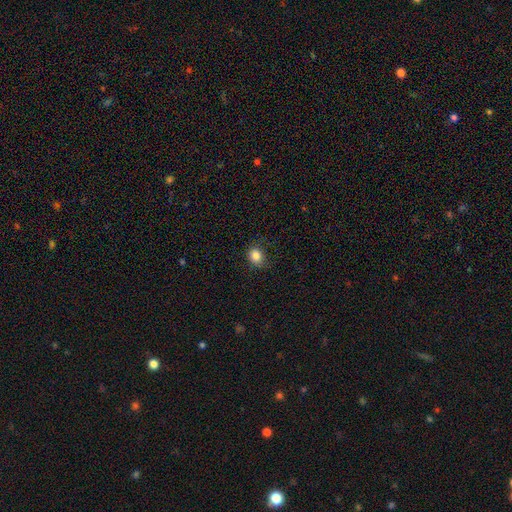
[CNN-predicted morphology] smooth_or_featured: smooth (p=0.84) [alt: star or artifact p=0.11]
how_rounded: round (p=0.62) [alt: in between p=0.37]
merging: none (p=0.77) [alt: minor disturbance p=0.18]